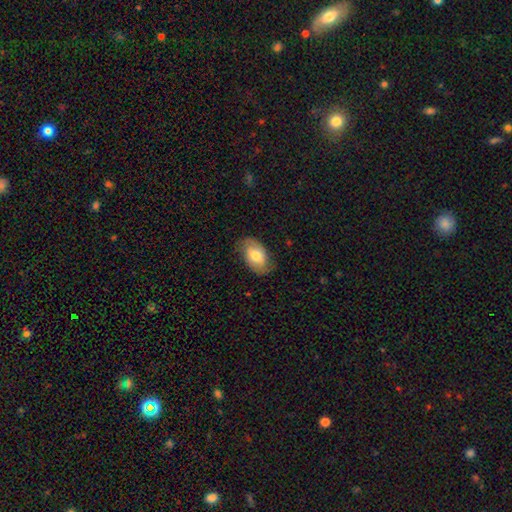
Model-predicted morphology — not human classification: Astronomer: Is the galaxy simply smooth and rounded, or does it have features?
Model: smooth — 63%.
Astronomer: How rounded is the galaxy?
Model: in between — 92%.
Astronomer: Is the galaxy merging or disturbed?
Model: none — 74%.